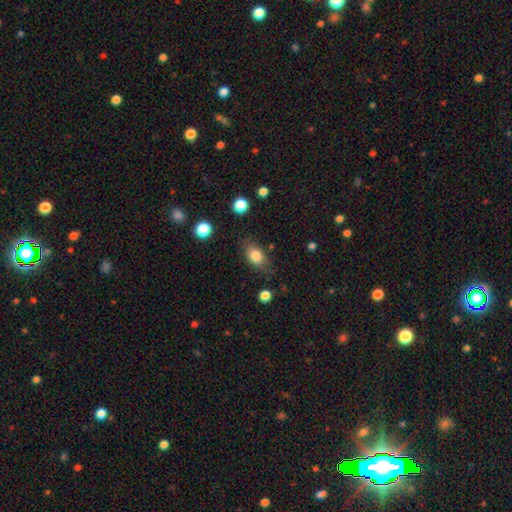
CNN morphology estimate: smooth_or_featured: smooth (p=0.80) [alt: featured or disk p=0.12]
how_rounded: in between (p=0.79) [alt: round p=0.17]
merging: none (p=0.72) [alt: minor disturbance p=0.20]